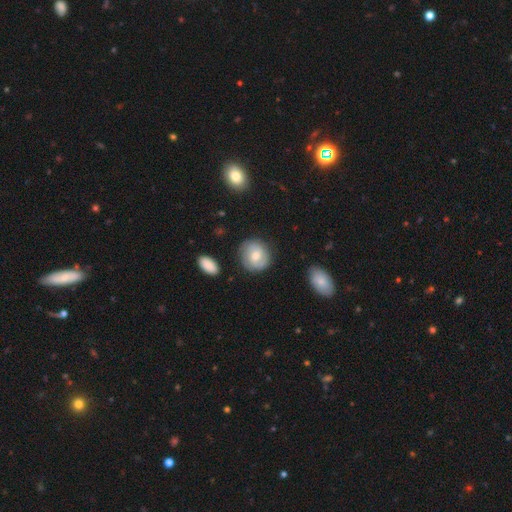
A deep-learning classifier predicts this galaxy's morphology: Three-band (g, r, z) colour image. It shows a featured or disk galaxy (47%). Merging: none (80%).